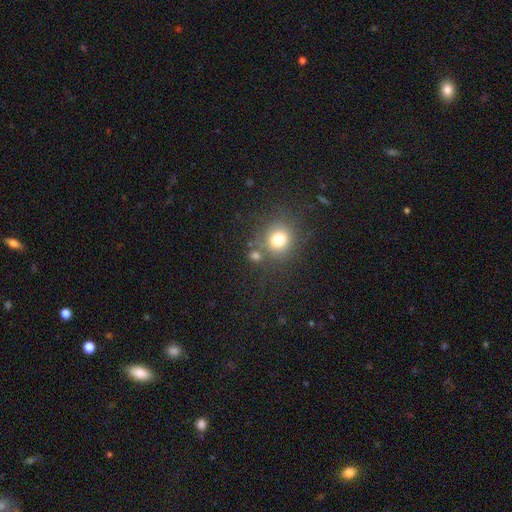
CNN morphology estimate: smooth_or_featured: smooth (p=0.72) [alt: star or artifact p=0.19]
how_rounded: round (p=0.83) [alt: in between p=0.16]
merging: none (p=0.68) [alt: merger p=0.16]